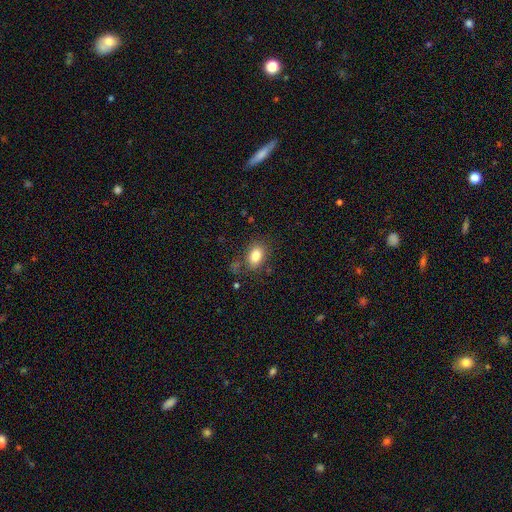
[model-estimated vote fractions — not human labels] This appears to be a smooth galaxy with no disk features (83%) that is in between round and cigar-shaped (82%). Merging: none (76%).